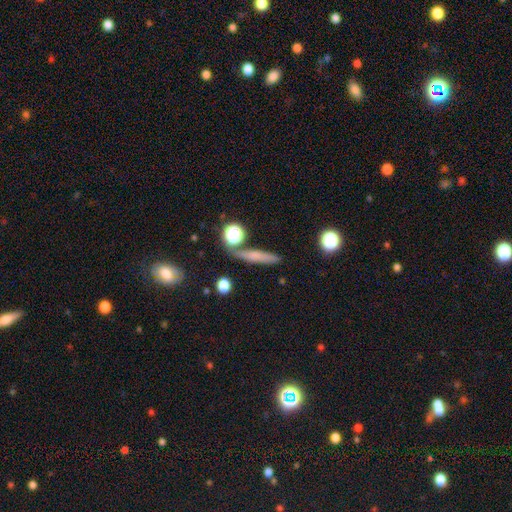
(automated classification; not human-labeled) The model was most divided on "smooth or featured": smooth: 61%, featured or disk: 27%, star or artifact: 12%. More confident: how rounded — cigar-shaped (80%); merging — none (74%).